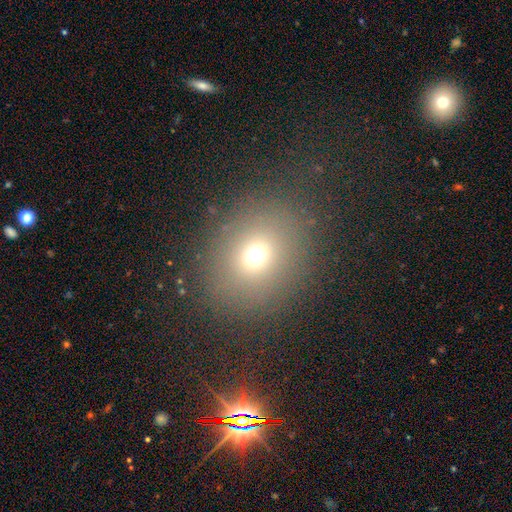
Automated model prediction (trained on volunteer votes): A smooth galaxy with no disk features (68%) that is round (68%). Merging: none (83%).